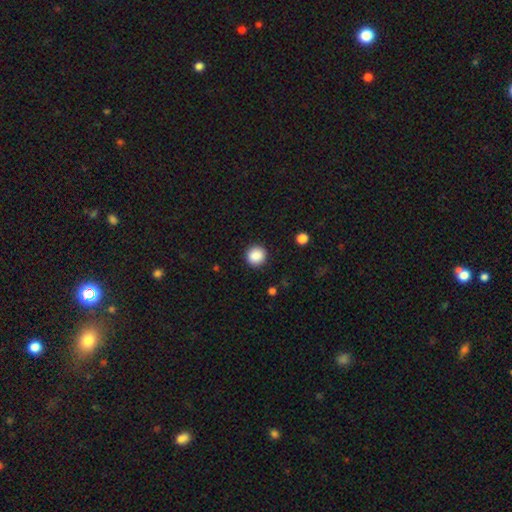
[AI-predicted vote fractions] A smooth galaxy with no disk features (88%) that is round (94%).

Vote fractions:
- Smooth or featured? smooth: 88% / star or artifact: 9% / featured or disk: 3%
- How rounded? round: 94% / in between: 6% / cigar-shaped: 1%
- Merging? none: 91% / minor disturbance: 6% / major disturbance: 2% / merger: 1%